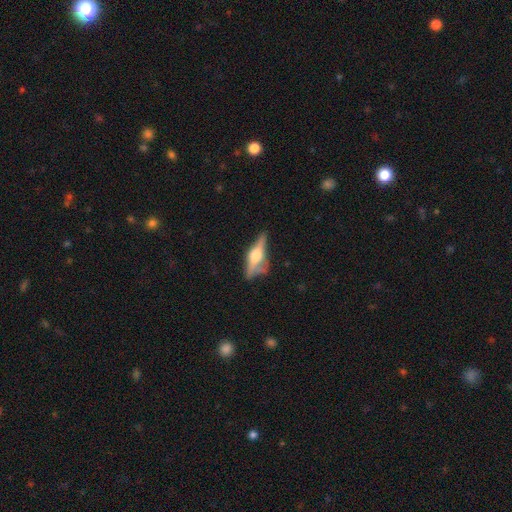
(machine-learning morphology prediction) Smooth or featured? featured or disk (65%)
Edge-on disk? yes (89%)
Edge-on bulge? rounded (93%)
Merging? none (58%)